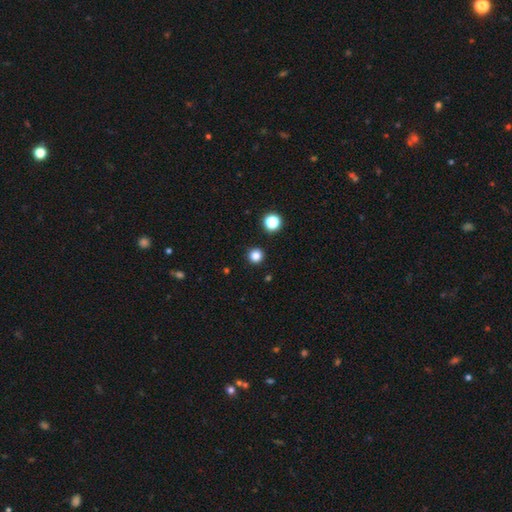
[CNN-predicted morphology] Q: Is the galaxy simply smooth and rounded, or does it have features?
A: smooth — 83%.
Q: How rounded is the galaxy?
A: round — 96%.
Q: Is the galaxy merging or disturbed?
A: none — 92%.